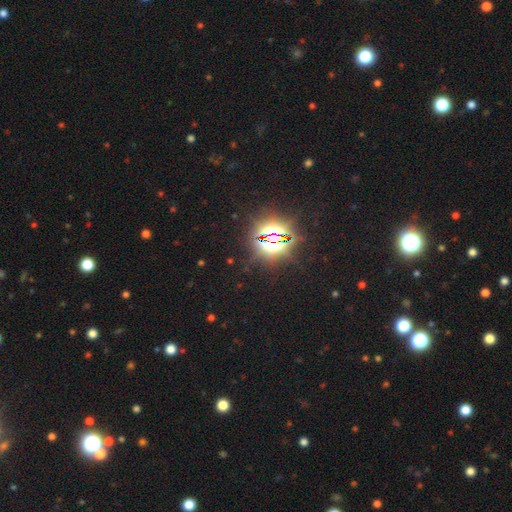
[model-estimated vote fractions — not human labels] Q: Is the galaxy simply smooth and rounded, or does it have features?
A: star or artifact — 81%.